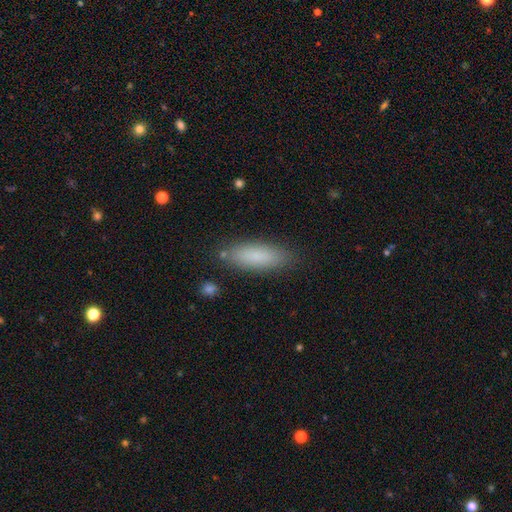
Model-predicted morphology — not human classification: Smooth or featured?
  - smooth: 83% *
  - featured or disk: 10%
  - star or artifact: 7%
How rounded?
  - in between: 53% *
  - cigar-shaped: 45%
  - round: 2%
Merging?
  - none: 85% *
  - minor disturbance: 10%
  - major disturbance: 3%
  - merger: 2%